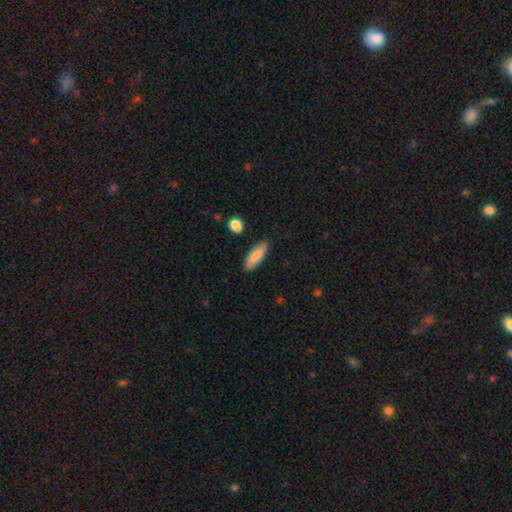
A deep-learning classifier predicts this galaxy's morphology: smooth_or_featured: smooth (p=0.83) [alt: featured or disk p=0.11]
how_rounded: in between (p=0.59) [alt: cigar-shaped p=0.39]
merging: none (p=0.84) [alt: minor disturbance p=0.12]